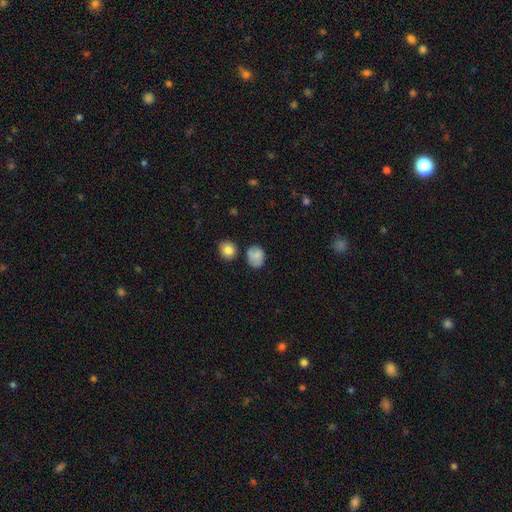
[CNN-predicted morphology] A smooth galaxy with no disk features (79%) that is in between round and cigar-shaped (54%).

Vote fractions:
- Smooth or featured? smooth: 79% / featured or disk: 12% / star or artifact: 9%
- How rounded? in between: 54% / round: 45% / cigar-shaped: 1%
- Merging? none: 59% / minor disturbance: 25% / merger: 9% / major disturbance: 7%